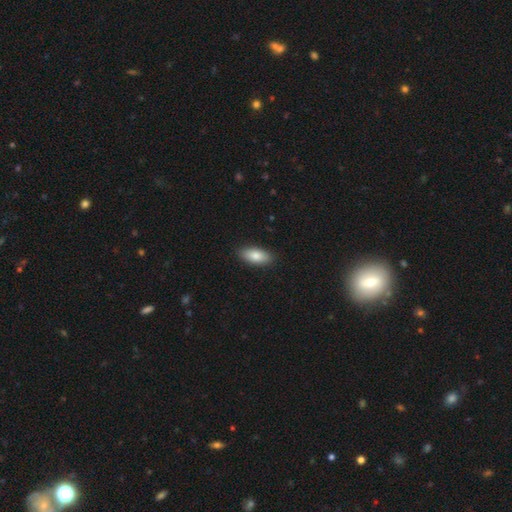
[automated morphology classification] Smooth or featured: smooth — 84% (featured or disk — 10%)
How rounded: in between — 87% (cigar-shaped — 10%)
Merging: none — 89% (minor disturbance — 9%)